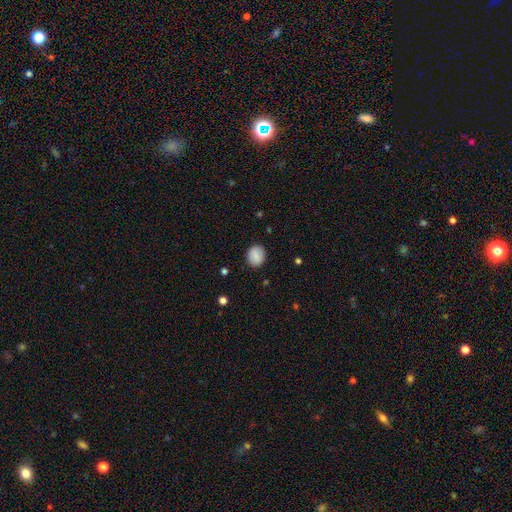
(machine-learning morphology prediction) The model was most divided on "how rounded": round: 60%, in between: 39%, cigar-shaped: 1%. More confident: merging — none (87%); smooth or featured — smooth (84%).